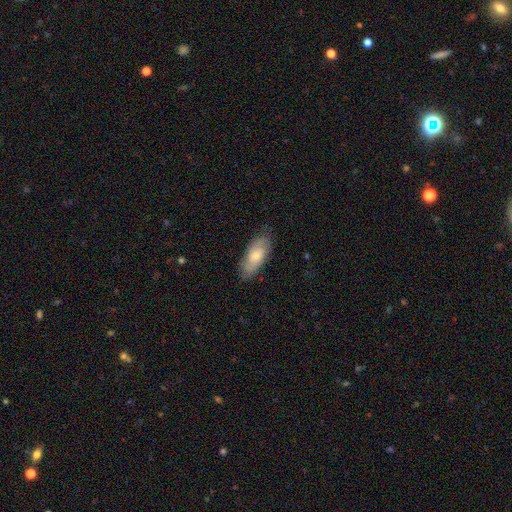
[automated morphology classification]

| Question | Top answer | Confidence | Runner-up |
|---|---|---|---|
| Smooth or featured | smooth | 53% | featured or disk (40%) |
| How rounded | in between | 80% | cigar-shaped (17%) |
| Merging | none | 80% | minor disturbance (16%) |